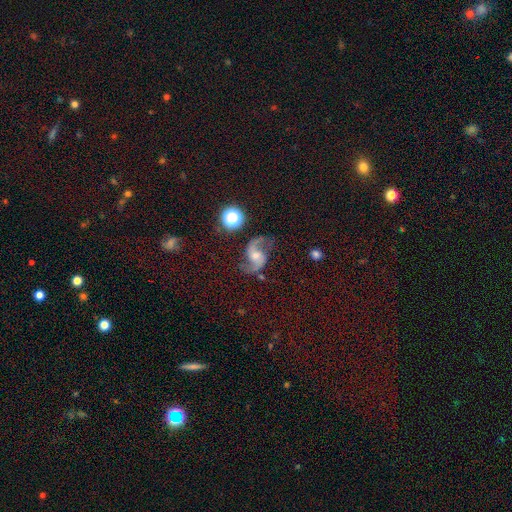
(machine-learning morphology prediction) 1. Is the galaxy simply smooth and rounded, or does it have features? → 85% featured or disk, 8% star or artifact, 6% smooth.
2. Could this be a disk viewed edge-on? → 98% no, 2% yes.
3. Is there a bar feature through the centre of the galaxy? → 49% no, 40% weak, 11% strong.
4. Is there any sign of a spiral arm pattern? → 97% yes, 3% no.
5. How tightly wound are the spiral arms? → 62% loose, 33% medium, 6% tight.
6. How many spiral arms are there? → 94% 2, 2% 1, 2% can't tell, 1% 3, 1% 4, 1% more than 4.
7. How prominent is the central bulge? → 50% moderate, 34% small, 8% large, 6% none, 2% dominant.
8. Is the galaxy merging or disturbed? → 73% none, 15% minor disturbance, 9% major disturbance, 3% merger.